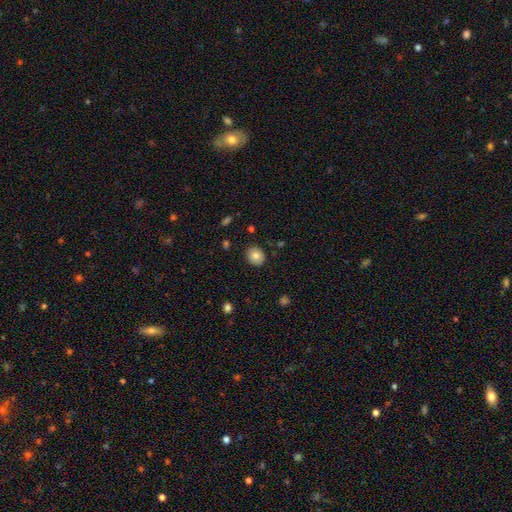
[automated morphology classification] This is likely a smooth galaxy (79%). How rounded: likely round (77%). Merging: clearly none (88%).